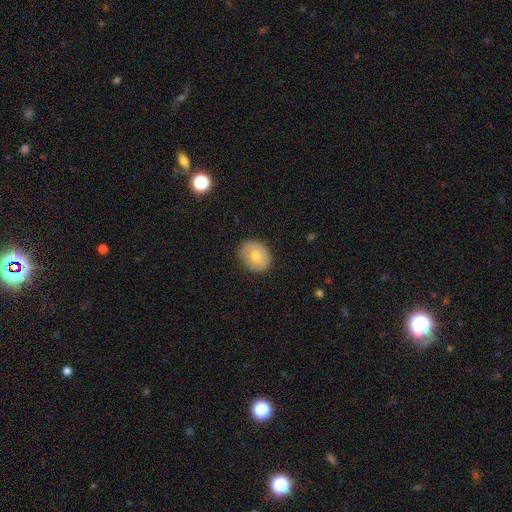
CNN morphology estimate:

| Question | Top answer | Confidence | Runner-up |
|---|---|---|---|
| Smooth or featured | smooth | 63% | featured or disk (29%) |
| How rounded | round | 52% | in between (48%) |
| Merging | none | 87% | minor disturbance (10%) |